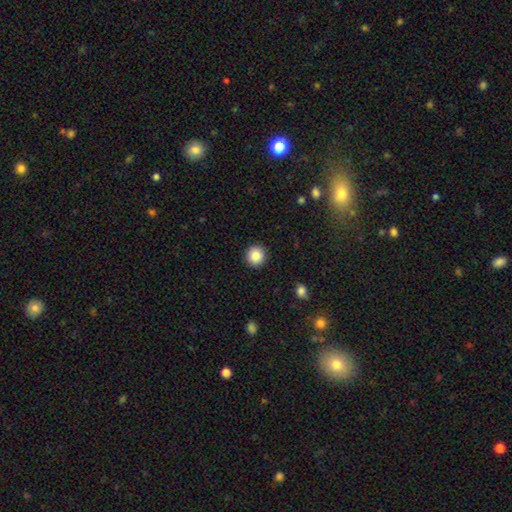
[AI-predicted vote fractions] This appears to be a smooth galaxy with no disk features (85%) that is round (95%). Merging: none (93%).